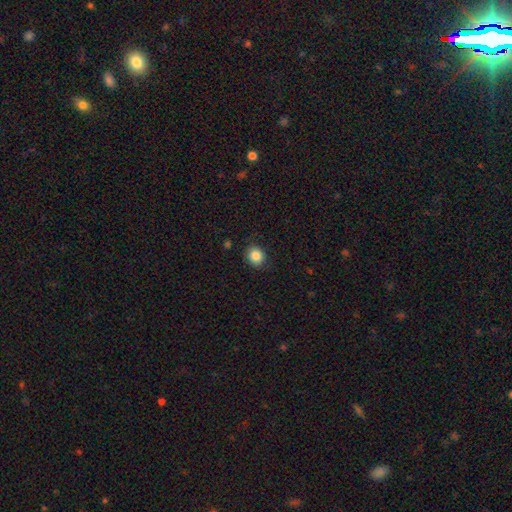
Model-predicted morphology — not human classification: Smooth or featured: smooth — 86% (star or artifact — 10%)
How rounded: round — 78% (in between — 21%)
Merging: none — 87% (minor disturbance — 9%)